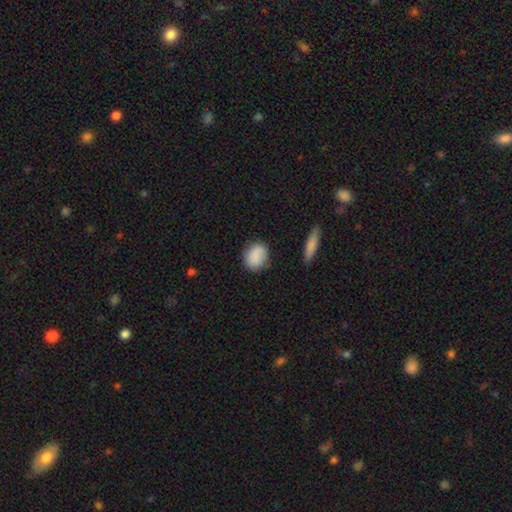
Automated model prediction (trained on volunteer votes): This is clearly a smooth galaxy (86%). How rounded: possibly in between (50%). Merging: likely none (78%).